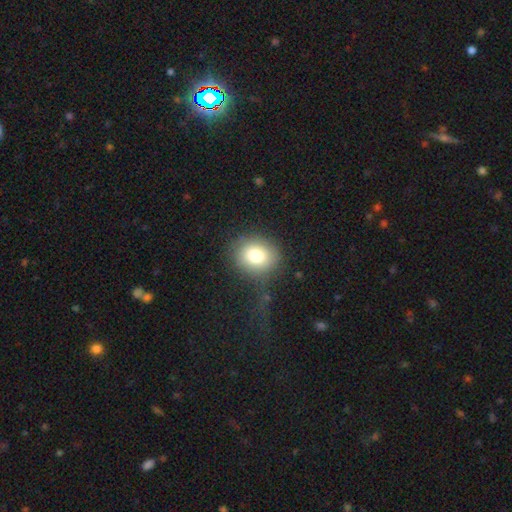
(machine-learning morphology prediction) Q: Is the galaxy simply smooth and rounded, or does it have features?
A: smooth — 79%.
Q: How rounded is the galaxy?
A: round — 73%.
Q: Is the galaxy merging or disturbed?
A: none — 70%.